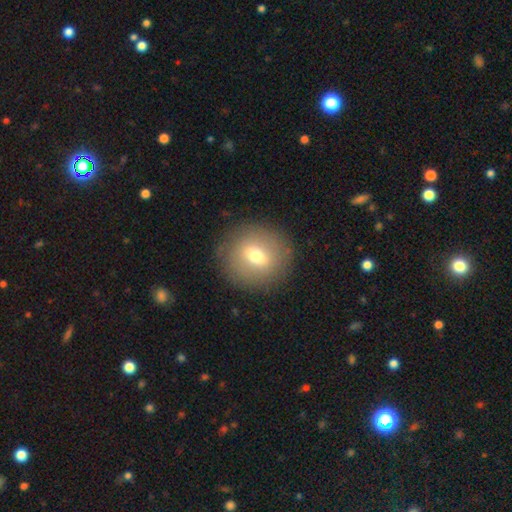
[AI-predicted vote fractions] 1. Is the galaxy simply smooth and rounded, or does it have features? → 64% smooth, 26% featured or disk, 9% star or artifact.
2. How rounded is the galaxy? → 86% round, 13% in between, 1% cigar-shaped.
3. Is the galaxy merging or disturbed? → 87% none, 8% minor disturbance, 4% major disturbance, 1% merger.